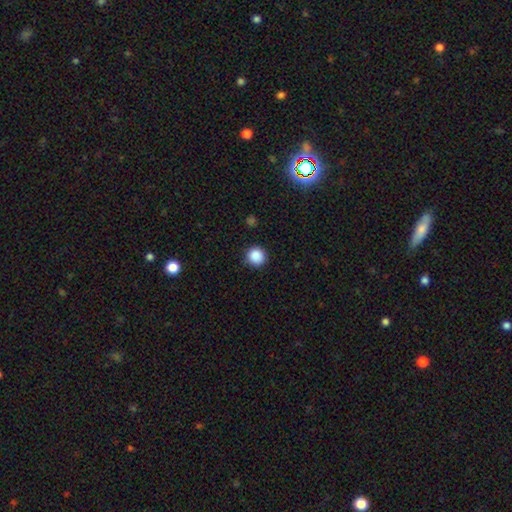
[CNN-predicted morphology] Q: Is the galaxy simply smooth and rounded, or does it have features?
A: smooth — 87%.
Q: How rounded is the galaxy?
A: round — 94%.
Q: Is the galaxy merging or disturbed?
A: none — 89%.